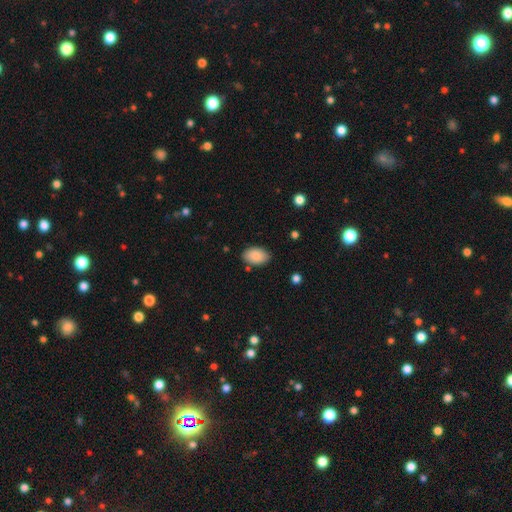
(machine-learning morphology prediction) This is clearly a smooth galaxy (88%). How rounded: clearly in between (92%). Merging: clearly none (83%).